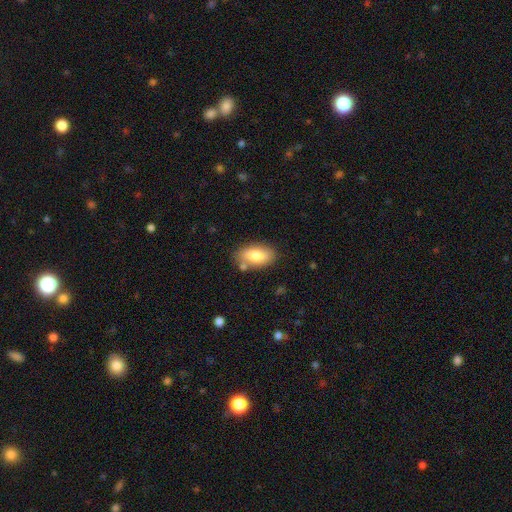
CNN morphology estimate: smooth-or-featured: smooth: 78% | featured or disk: 15% | star or artifact: 7%
  how-rounded: in between: 92% | round: 5% | cigar-shaped: 3%
  merging: none: 78% | minor disturbance: 13% | merger: 6% | major disturbance: 3%